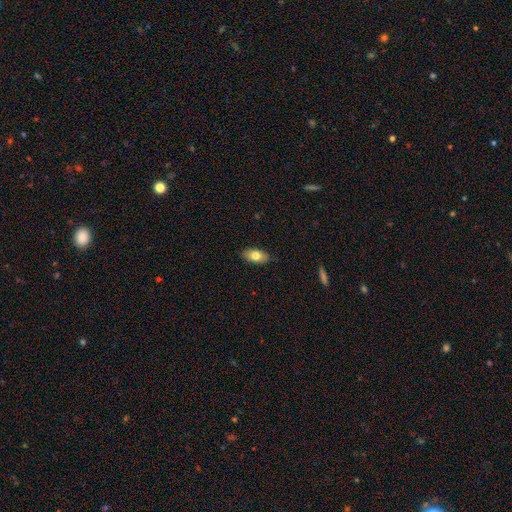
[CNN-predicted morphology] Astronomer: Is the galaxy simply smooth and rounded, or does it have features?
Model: smooth — 77%.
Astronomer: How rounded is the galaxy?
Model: in between — 90%.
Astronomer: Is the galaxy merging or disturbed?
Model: none — 87%.